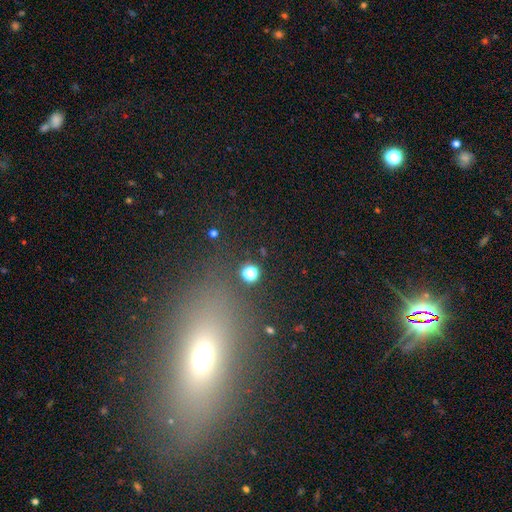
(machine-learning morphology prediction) Smooth or featured?
  - smooth: 51% *
  - star or artifact: 30%
  - featured or disk: 19%
How rounded?
  - in between: 57% *
  - cigar-shaped: 22%
  - round: 20%
Merging?
  - none: 81% *
  - minor disturbance: 10%
  - major disturbance: 5%
  - merger: 4%